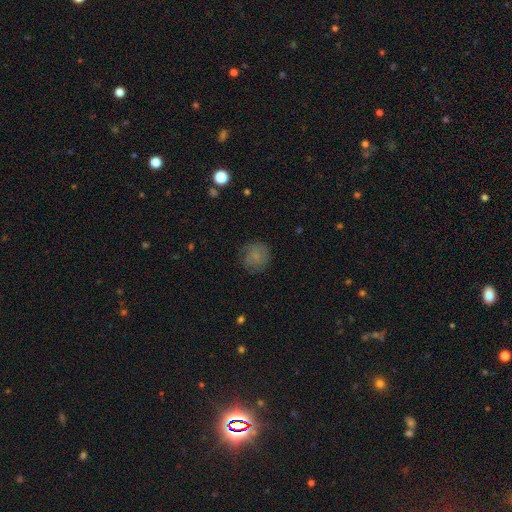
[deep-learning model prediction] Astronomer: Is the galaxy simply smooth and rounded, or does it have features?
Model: smooth — 72%.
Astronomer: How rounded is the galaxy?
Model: round — 90%.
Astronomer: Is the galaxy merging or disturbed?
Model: none — 73%.